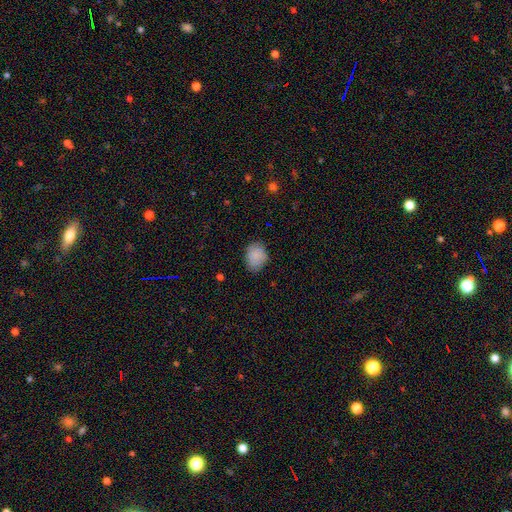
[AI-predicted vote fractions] A smooth galaxy with no disk features (81%) that is in between round and cigar-shaped (63%).

Vote fractions:
- Smooth or featured? smooth: 81% / featured or disk: 11% / star or artifact: 8%
- How rounded? in between: 63% / round: 36% / cigar-shaped: 1%
- Merging? none: 75% / minor disturbance: 20% / major disturbance: 4% / merger: 1%